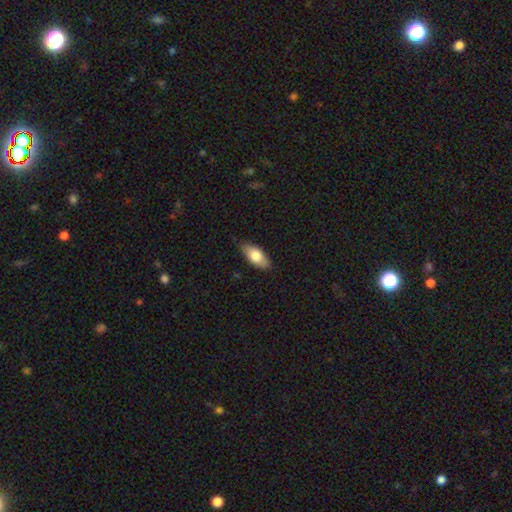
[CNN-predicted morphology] Overall: smooth (76%). How rounded: in between (87%). Merging: none (82%).